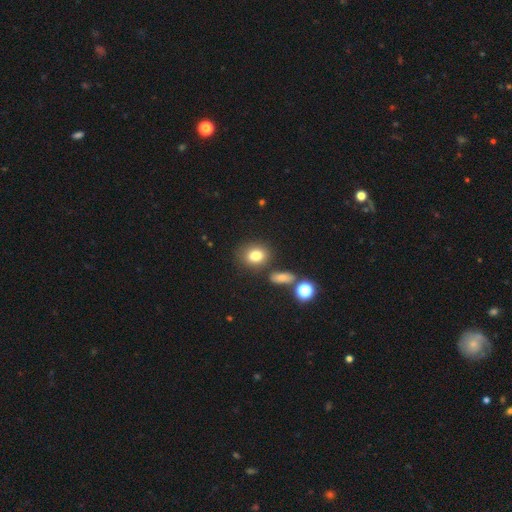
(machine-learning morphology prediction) A smooth galaxy with no disk features (80%) that is in between round and cigar-shaped (52%).

Vote fractions:
- Smooth or featured? smooth: 80% / star or artifact: 11% / featured or disk: 9%
- How rounded? in between: 52% / round: 46% / cigar-shaped: 2%
- Merging? none: 75% / minor disturbance: 12% / merger: 9% / major disturbance: 4%